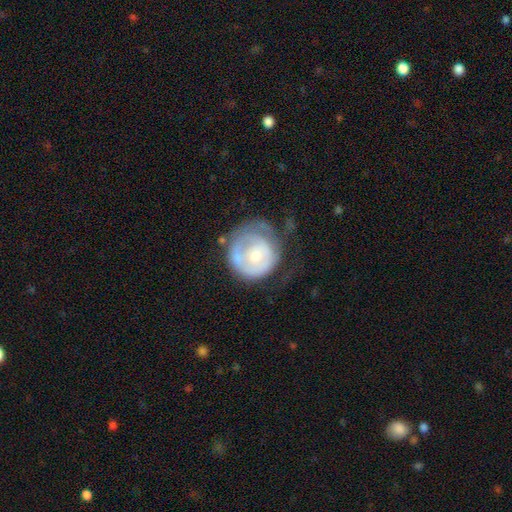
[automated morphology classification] Smooth or featured? Predicted: featured or disk (p=0.55). Edge-on disk? Predicted: no (p=0.98). Bar? Predicted: no (p=0.80). Spiral arms? Predicted: no (p=0.51). Bulge size? Predicted: small (p=0.45). Merging? Predicted: none (p=0.44).